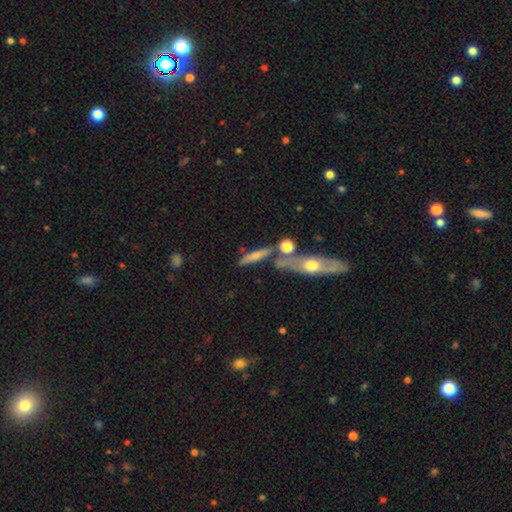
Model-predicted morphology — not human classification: Overall: smooth (57%; featured or disk 34%). How rounded: cigar-shaped (78%). Merging: none (58%; merger 24%).